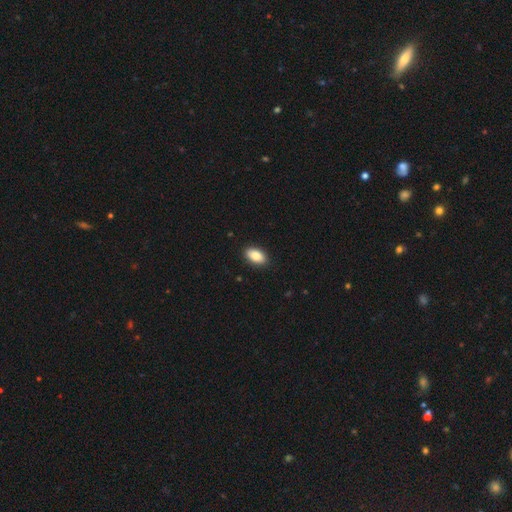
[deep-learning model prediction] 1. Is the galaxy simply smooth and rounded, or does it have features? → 87% smooth, 7% star or artifact, 6% featured or disk.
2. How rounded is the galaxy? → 93% in between, 4% round, 2% cigar-shaped.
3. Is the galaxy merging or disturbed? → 90% none, 8% minor disturbance, 2% major disturbance, 1% merger.